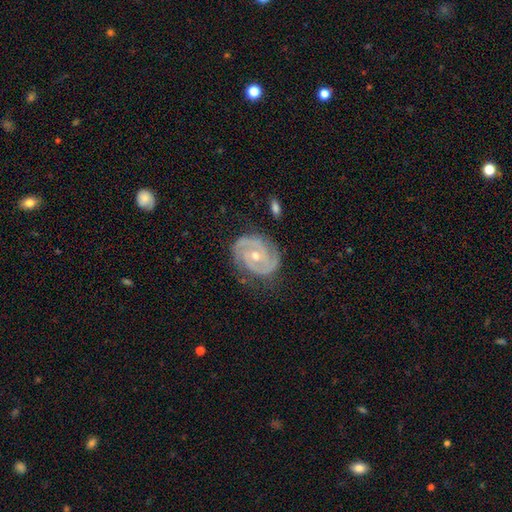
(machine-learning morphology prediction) A featured or disk galaxy (91%) with no bar (54%), 2 (78%) tight (67%) spiral arms (98%) and a moderate central bulge (57%). Merging: none (79%).